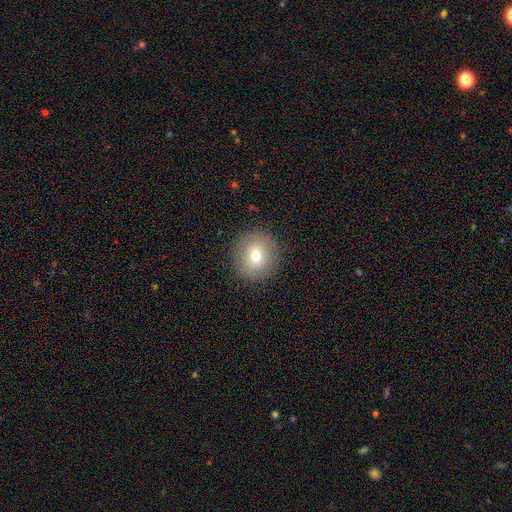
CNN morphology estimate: A smooth galaxy with no disk features (72%) that is round (92%). Merging: none (90%).